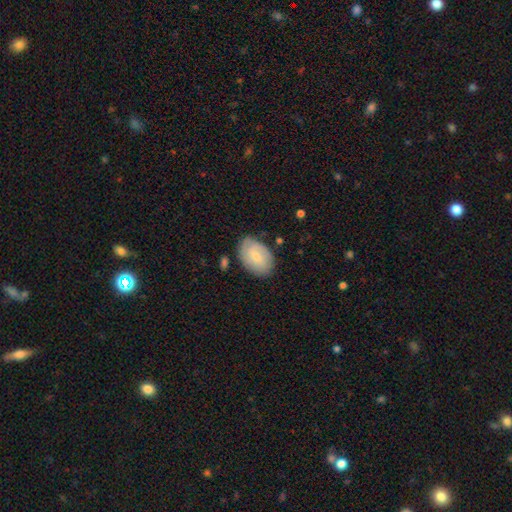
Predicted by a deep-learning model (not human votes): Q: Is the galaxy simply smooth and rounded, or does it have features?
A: smooth — 62%.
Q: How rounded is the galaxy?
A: in between — 88%.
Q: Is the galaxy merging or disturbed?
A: none — 77%.